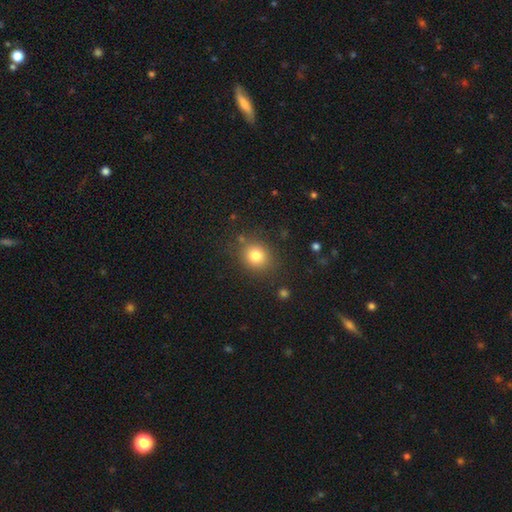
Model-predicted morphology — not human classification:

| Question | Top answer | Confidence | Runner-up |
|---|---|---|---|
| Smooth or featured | smooth | 80% | star or artifact (12%) |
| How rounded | round | 77% | in between (22%) |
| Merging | none | 83% | minor disturbance (10%) |